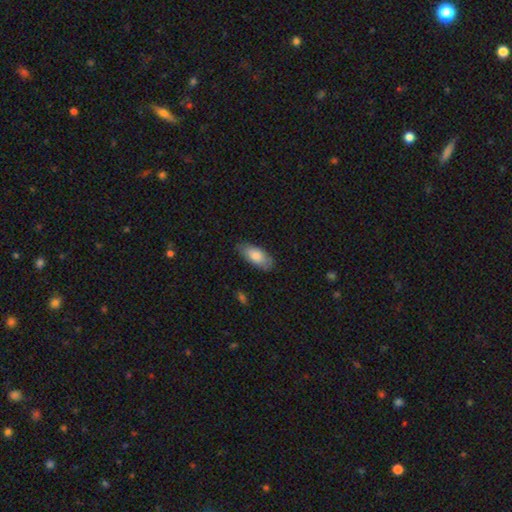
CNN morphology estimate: This is likely a smooth galaxy (78%). How rounded: clearly in between (88%). Merging: likely none (78%).